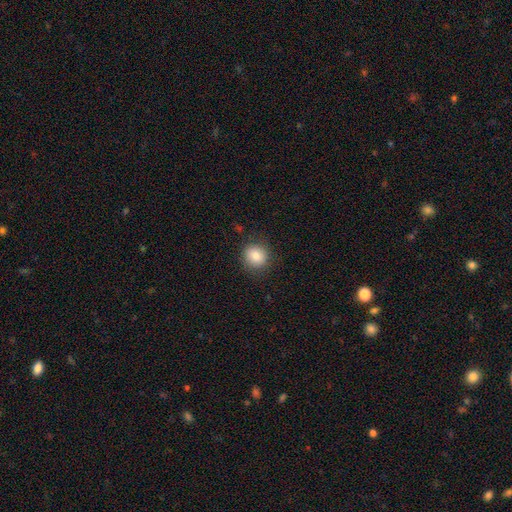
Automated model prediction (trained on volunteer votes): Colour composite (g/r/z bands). It shows a smooth galaxy with no disk features (82%) that is round (87%). Merging: none (87%).